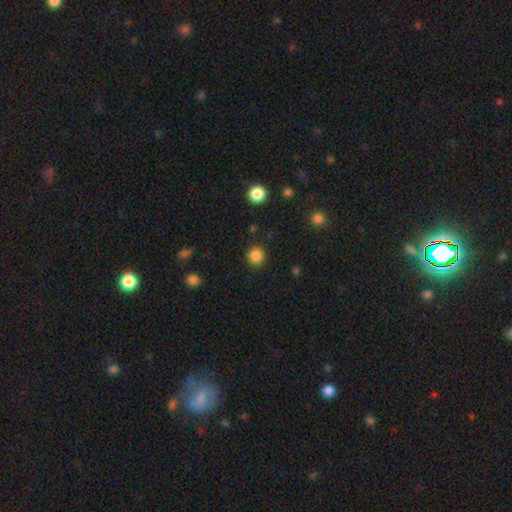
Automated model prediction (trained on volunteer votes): Smooth or featured: smooth — 86% (star or artifact — 11%)
How rounded: round — 94% (in between — 5%)
Merging: none — 90% (minor disturbance — 6%)